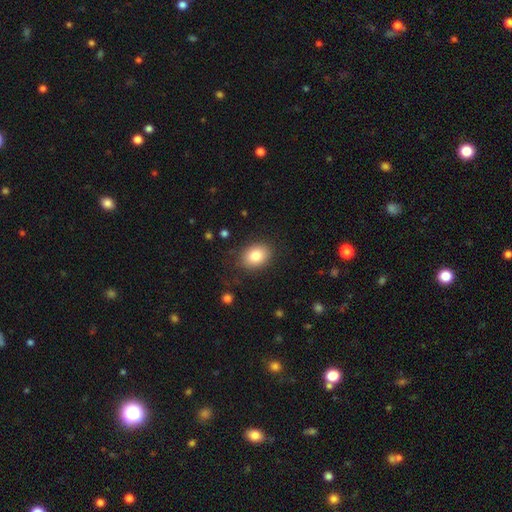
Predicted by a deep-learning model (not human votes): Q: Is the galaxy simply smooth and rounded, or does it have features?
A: smooth — 83%.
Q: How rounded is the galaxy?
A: in between — 63%.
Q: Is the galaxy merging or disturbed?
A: none — 84%.